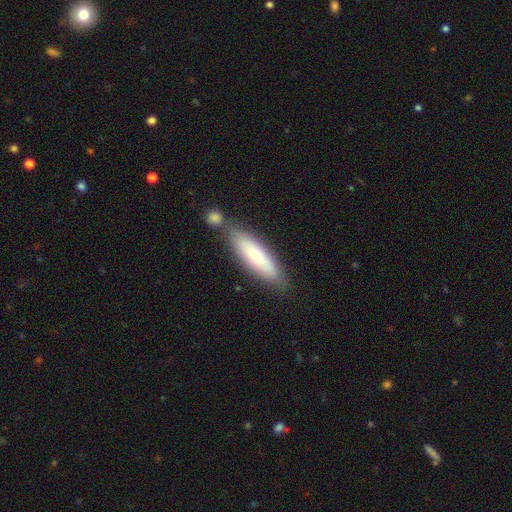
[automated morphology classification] smooth-or-featured: smooth: 59% | featured or disk: 33% | star or artifact: 8%
  how-rounded: cigar-shaped: 61% | in between: 37% | round: 2%
  merging: none: 73% | merger: 12% | minor disturbance: 12% | major disturbance: 3%